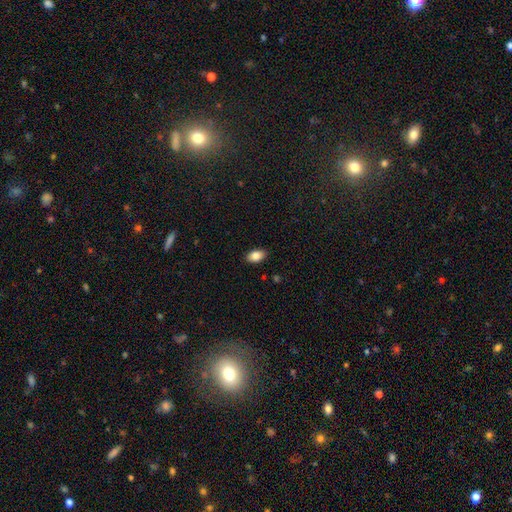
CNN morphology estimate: Smooth or featured?
  - smooth: 86% *
  - star or artifact: 8%
  - featured or disk: 6%
How rounded?
  - in between: 91% *
  - round: 7%
  - cigar-shaped: 2%
Merging?
  - none: 87% *
  - minor disturbance: 10%
  - major disturbance: 2%
  - merger: 1%